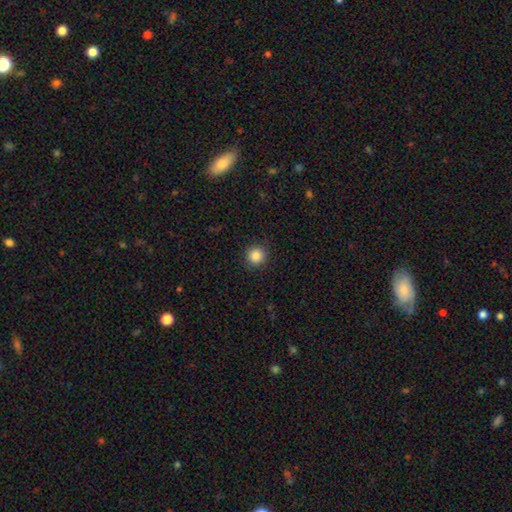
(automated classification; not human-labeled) Q: Smooth or featured?
A: smooth (86%); runner-up: star or artifact (10%)
Q: How rounded?
A: round (95%); runner-up: in between (5%)
Q: Merging?
A: none (91%); runner-up: minor disturbance (6%)